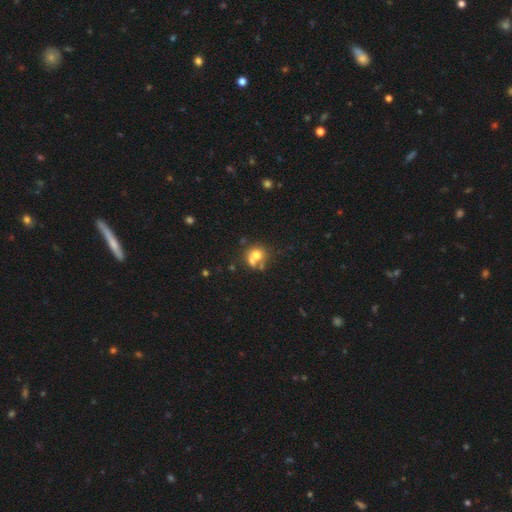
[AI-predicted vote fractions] Smooth or featured?
  - smooth: 69% *
  - featured or disk: 19%
  - star or artifact: 12%
How rounded?
  - round: 76% *
  - in between: 23%
  - cigar-shaped: 1%
Merging?
  - merger: 43% *
  - none: 39%
  - minor disturbance: 12%
  - major disturbance: 7%